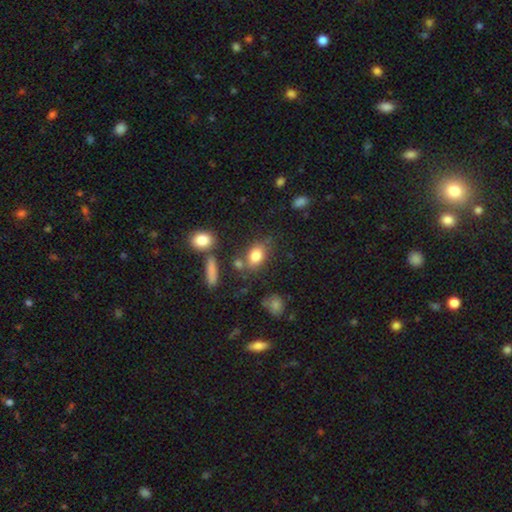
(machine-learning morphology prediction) smooth 81%, star or artifact 10%, featured or disk 9%. Down the decision tree: how rounded — in between (76%); merging — none (66%).